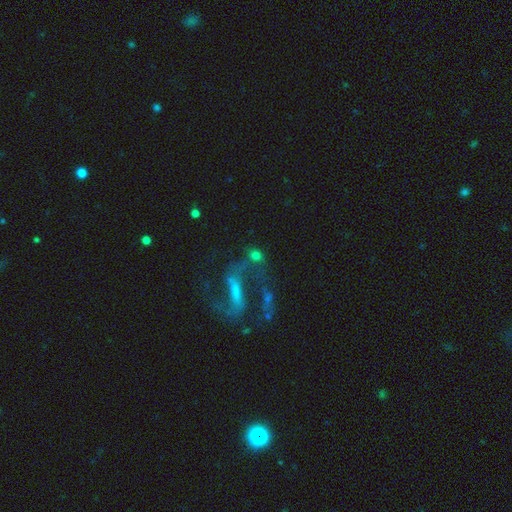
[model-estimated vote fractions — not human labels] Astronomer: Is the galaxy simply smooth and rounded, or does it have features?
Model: smooth — 47% (runner-up: featured or disk, 35%).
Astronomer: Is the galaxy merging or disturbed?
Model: none — 45% (runner-up: merger, 22%).